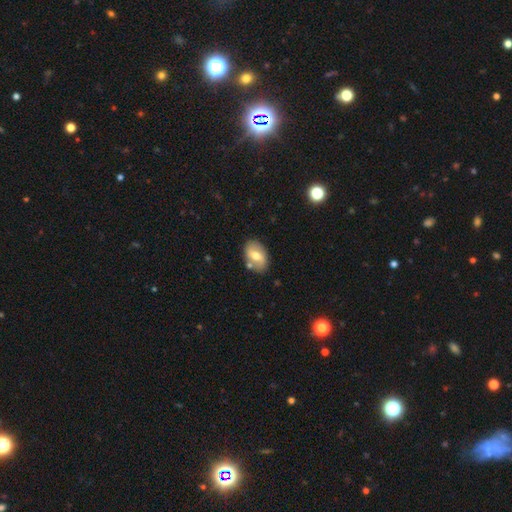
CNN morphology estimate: The model was most divided on "smooth or featured": smooth: 54%, featured or disk: 39%, star or artifact: 7%. More confident: how rounded — in between (86%); merging — none (75%).